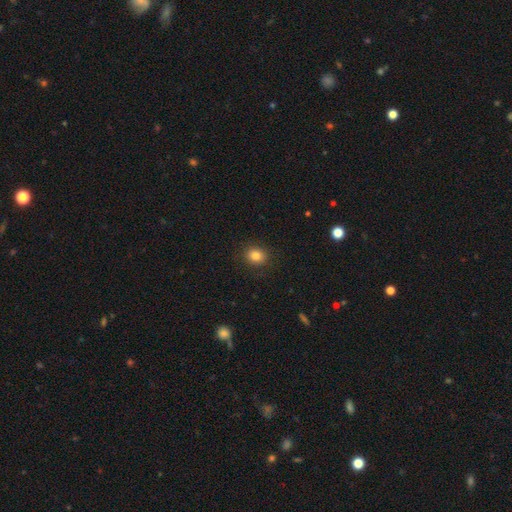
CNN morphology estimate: smooth_or_featured: smooth (p=0.83) [alt: star or artifact p=0.11]
how_rounded: round (p=0.71) [alt: in between p=0.28]
merging: none (p=0.89) [alt: minor disturbance p=0.07]